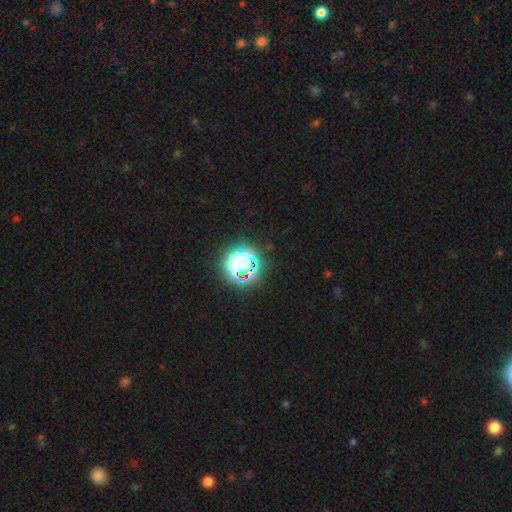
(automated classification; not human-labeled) Smooth or featured? Predicted: star or artifact (p=0.77).